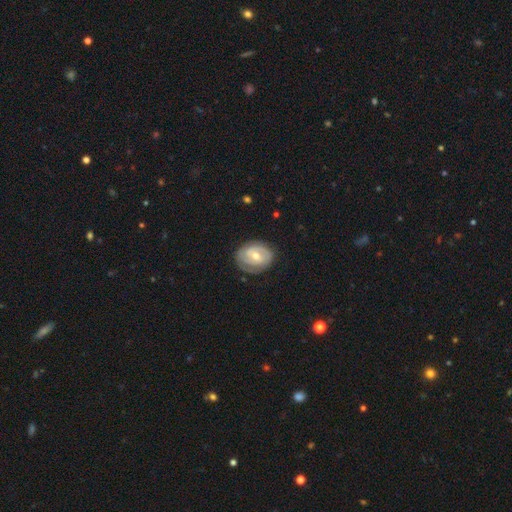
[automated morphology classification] Q: Smooth or featured?
A: featured or disk (73%); runner-up: smooth (22%)
Q: Edge-on disk?
A: no (97%); runner-up: yes (3%)
Q: Bar?
A: weak (44%); runner-up: no (42%)
Q: Spiral arms?
A: yes (83%); runner-up: no (17%)
Q: Spiral winding?
A: tight (65%); runner-up: medium (27%)
Q: Spiral arm count?
A: 2 (56%); runner-up: can't tell (26%)
Q: Bulge size?
A: moderate (61%); runner-up: small (35%)
Q: Merging?
A: none (73%); runner-up: minor disturbance (19%)